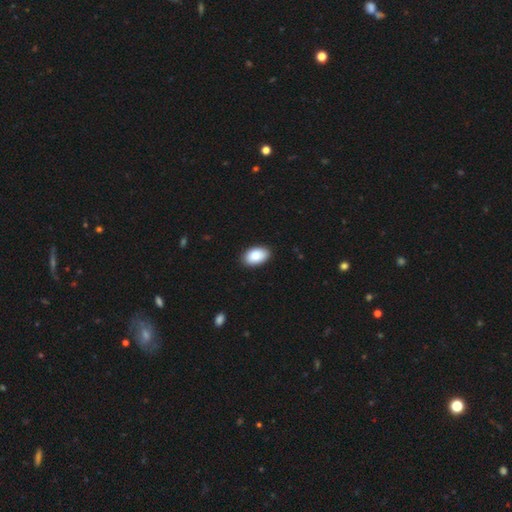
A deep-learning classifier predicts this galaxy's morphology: Smooth or featured: smooth — 89% (star or artifact — 6%)
How rounded: in between — 93% (round — 6%)
Merging: none — 89% (minor disturbance — 9%)